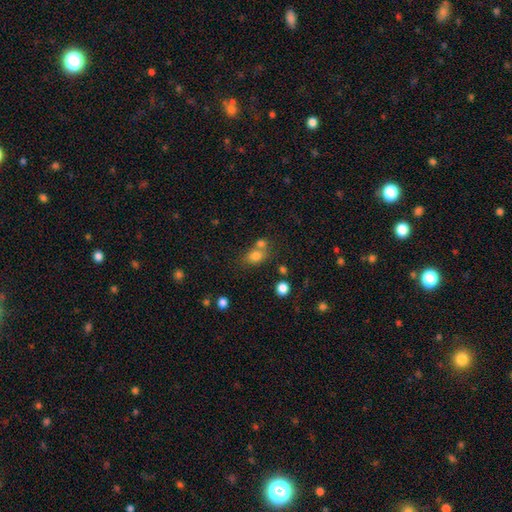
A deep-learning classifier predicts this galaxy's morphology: A smooth galaxy with no disk features (78%) that is in between round and cigar-shaped (58%).

Vote fractions:
- Smooth or featured? smooth: 78% / star or artifact: 13% / featured or disk: 10%
- How rounded? in between: 58% / round: 41% / cigar-shaped: 2%
- Merging? none: 47% / merger: 37% / minor disturbance: 12% / major disturbance: 5%